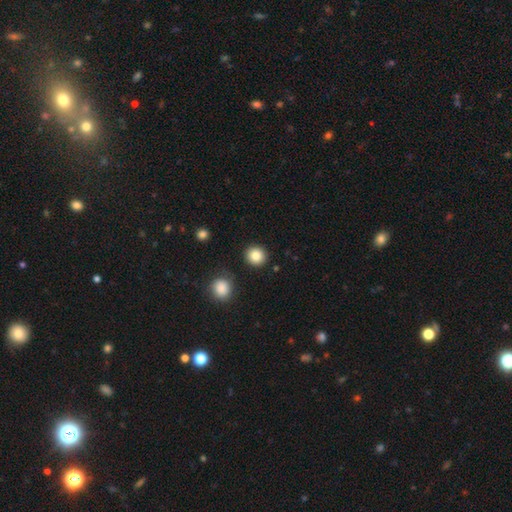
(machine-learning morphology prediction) smooth_or_featured: smooth (p=0.85) [alt: star or artifact p=0.10]
how_rounded: round (p=0.92) [alt: in between p=0.07]
merging: none (p=0.89) [alt: minor disturbance p=0.06]